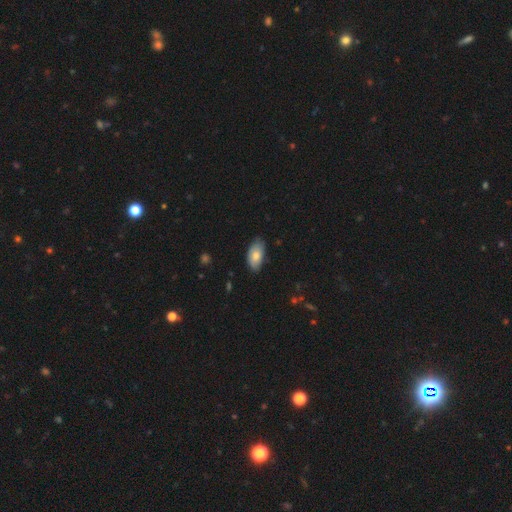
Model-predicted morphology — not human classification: Smooth or featured? smooth (76%)
How rounded? in between (93%)
Merging? none (74%)